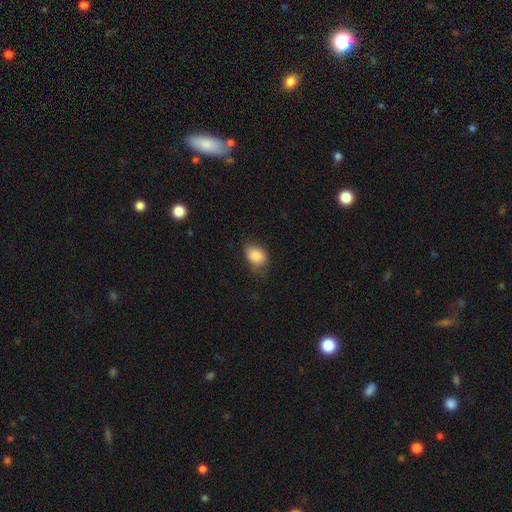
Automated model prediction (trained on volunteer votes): Q: Smooth or featured?
A: smooth (86%); runner-up: star or artifact (8%)
Q: How rounded?
A: in between (67%); runner-up: round (31%)
Q: Merging?
A: none (59%); runner-up: minor disturbance (31%)